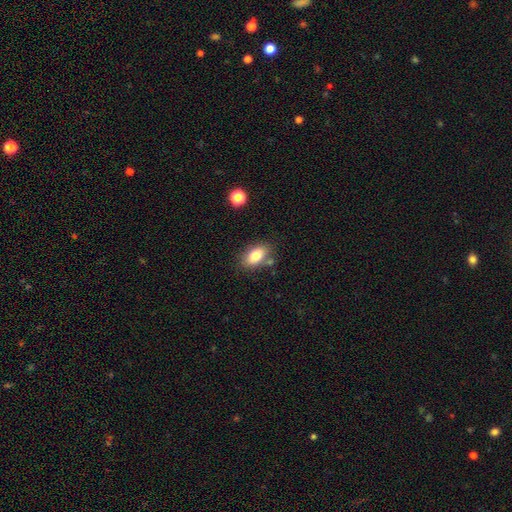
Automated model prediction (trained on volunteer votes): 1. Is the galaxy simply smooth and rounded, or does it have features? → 79% smooth, 13% featured or disk, 8% star or artifact.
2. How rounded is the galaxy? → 89% in between, 8% round, 3% cigar-shaped.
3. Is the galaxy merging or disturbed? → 75% none, 14% minor disturbance, 7% merger, 3% major disturbance.